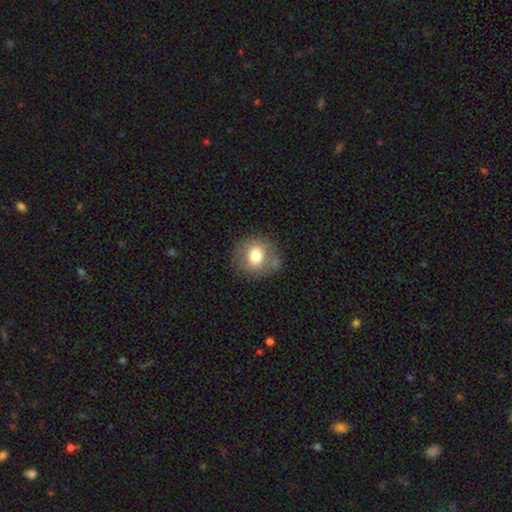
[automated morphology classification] smooth_or_featured: smooth (p=0.74) [alt: featured or disk p=0.17]
how_rounded: round (p=0.78) [alt: in between p=0.21]
merging: none (p=0.70) [alt: minor disturbance p=0.18]